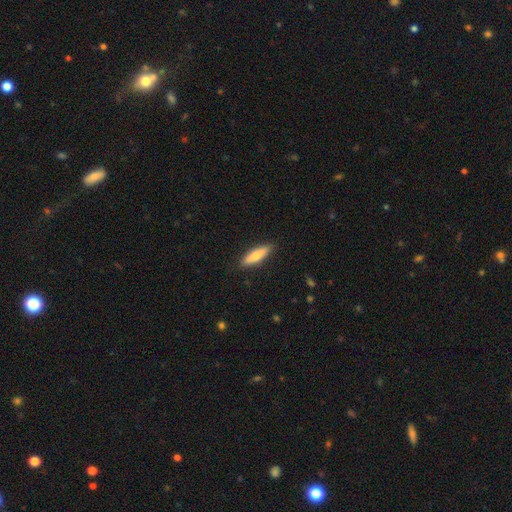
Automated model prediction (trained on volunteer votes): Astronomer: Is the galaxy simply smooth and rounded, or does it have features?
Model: smooth — 72%.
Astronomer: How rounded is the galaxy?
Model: cigar-shaped — 67%.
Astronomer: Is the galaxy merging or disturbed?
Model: none — 88%.